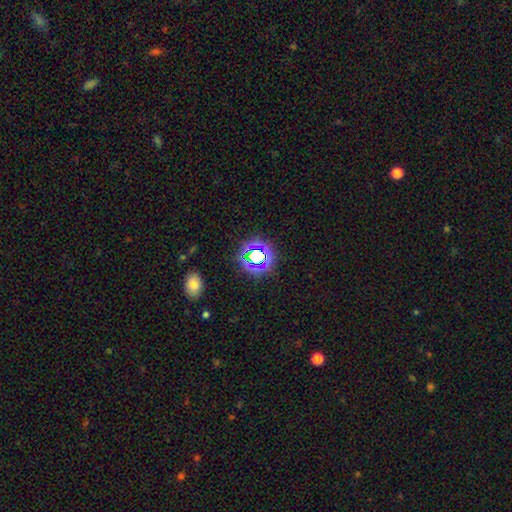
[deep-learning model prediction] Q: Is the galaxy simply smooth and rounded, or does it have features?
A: star or artifact — 58%.